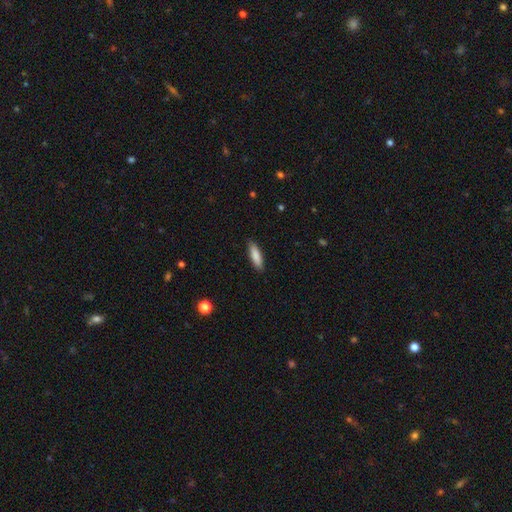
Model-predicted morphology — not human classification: Smooth or featured? Predicted: smooth (p=0.86). How rounded? Predicted: cigar-shaped (p=0.58). Merging? Predicted: none (p=0.89).